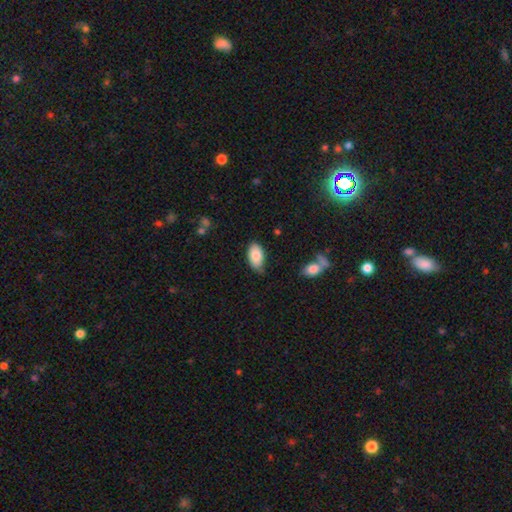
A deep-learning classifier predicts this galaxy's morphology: A smooth galaxy with no disk features (82%) that is in between round and cigar-shaped (95%).

Vote fractions:
- Smooth or featured? smooth: 82% / featured or disk: 11% / star or artifact: 7%
- How rounded? in between: 95% / round: 3% / cigar-shaped: 2%
- Merging? none: 73% / minor disturbance: 22% / major disturbance: 3% / merger: 2%